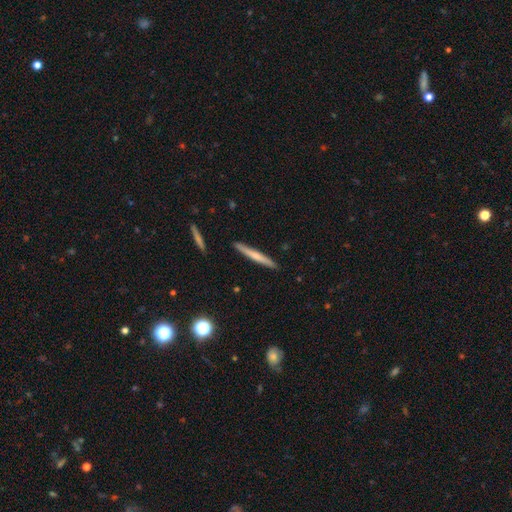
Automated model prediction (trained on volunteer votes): Smooth or featured? smooth (53%)
How rounded? cigar-shaped (96%)
Merging? none (90%)